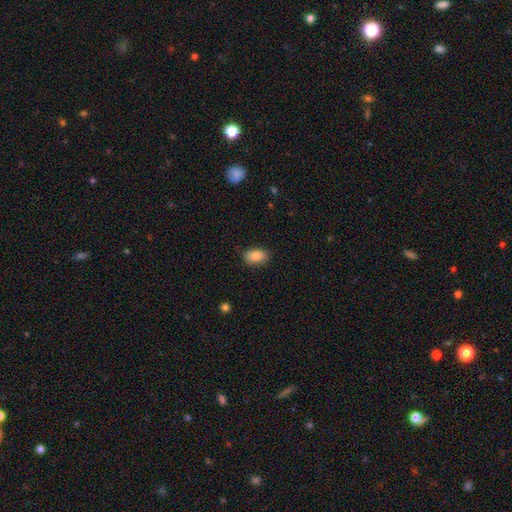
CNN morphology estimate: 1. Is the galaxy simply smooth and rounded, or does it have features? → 86% smooth, 8% star or artifact, 7% featured or disk.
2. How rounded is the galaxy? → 88% in between, 10% round, 2% cigar-shaped.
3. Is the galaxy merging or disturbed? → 84% none, 12% minor disturbance, 3% major disturbance, 1% merger.